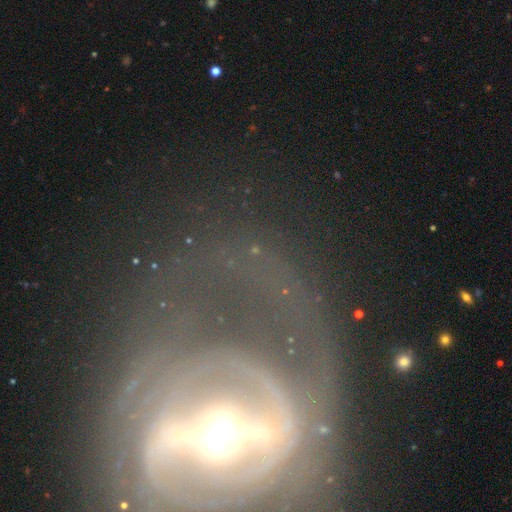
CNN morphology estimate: Smooth or featured? Predicted: featured or disk (p=0.83). Edge-on disk? Predicted: no (p=0.91). Bar? Predicted: strong (p=0.68). Spiral arms? Predicted: yes (p=0.69). Spiral winding? Predicted: tight (p=0.52). Spiral arm count? Predicted: 2 (p=0.49). Bulge size? Predicted: moderate (p=0.61). Merging? Predicted: none (p=0.62).